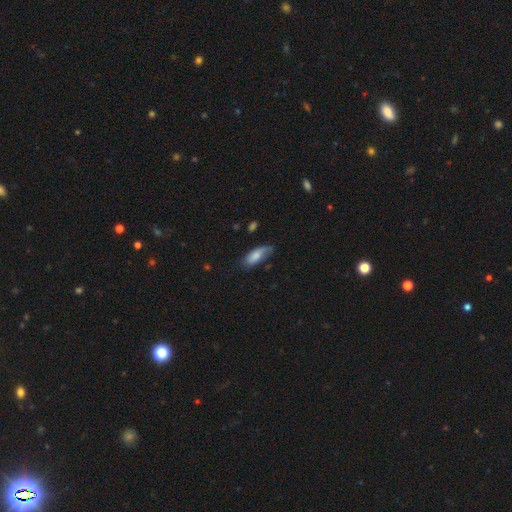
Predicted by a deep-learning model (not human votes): Smooth or featured? Predicted: smooth (p=0.78). How rounded? Predicted: in between (p=0.78). Merging? Predicted: none (p=0.60).